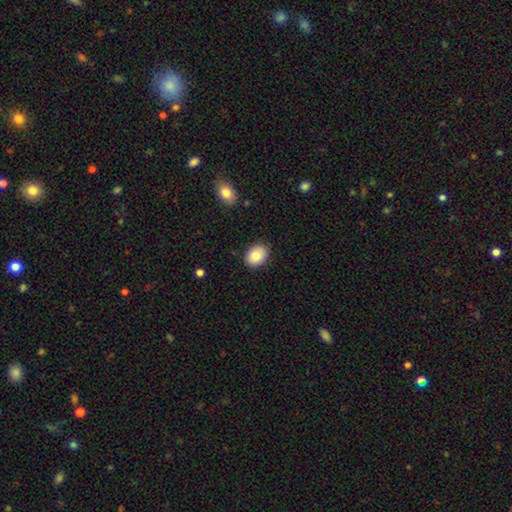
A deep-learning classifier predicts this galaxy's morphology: Smooth or featured? smooth (84%)
How rounded? in between (66%)
Merging? none (88%)